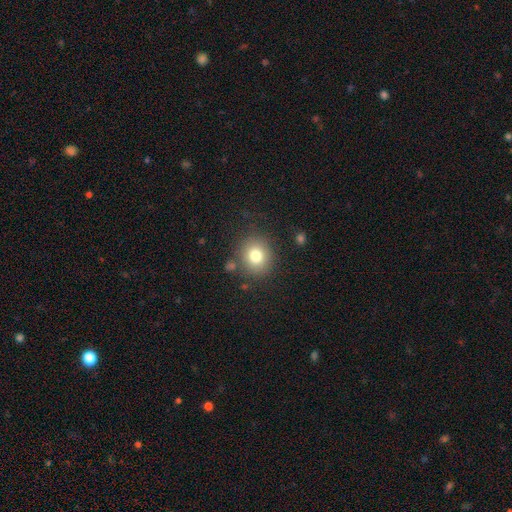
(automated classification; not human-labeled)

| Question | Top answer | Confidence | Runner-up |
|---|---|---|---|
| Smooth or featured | smooth | 78% | star or artifact (12%) |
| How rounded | round | 81% | in between (18%) |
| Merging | none | 82% | minor disturbance (10%) |